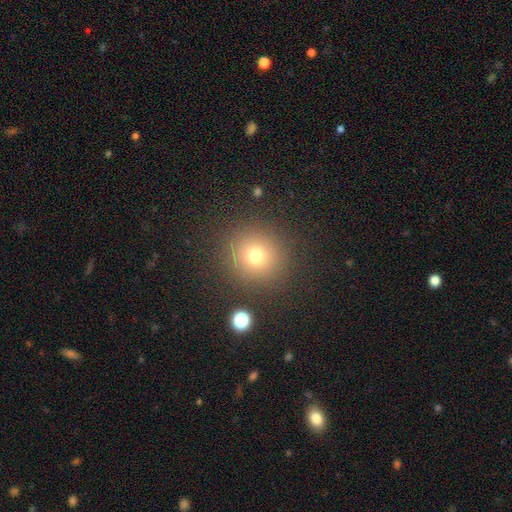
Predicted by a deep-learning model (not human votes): Smooth or featured? smooth (73%)
How rounded? round (92%)
Merging? none (87%)